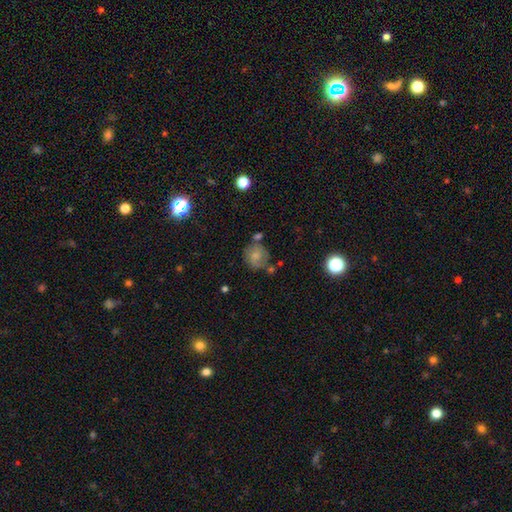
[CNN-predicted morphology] smooth_or_featured: smooth (p=0.67) [alt: featured or disk p=0.22]
how_rounded: round (p=0.81) [alt: in between p=0.18]
merging: none (p=0.57) [alt: minor disturbance p=0.22]